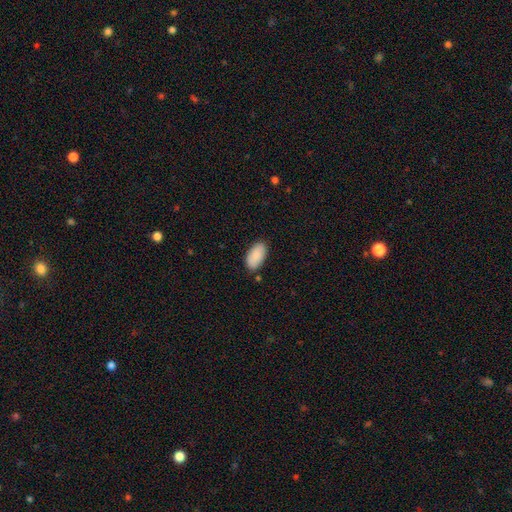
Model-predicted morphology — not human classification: A smooth galaxy with no disk features (89%) that is in between round and cigar-shaped (95%). Merging: none (84%).